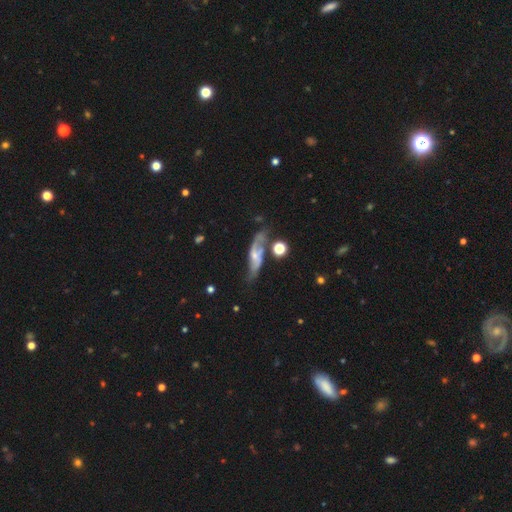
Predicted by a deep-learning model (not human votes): The model was most divided on "bar": no: 51%, weak: 36%, strong: 13%. Remaining: spiral arms — yes (83%); edge-on disk — no (77%); smooth or featured — featured or disk (68%); bulge size — small (62%); merging — none (48%).